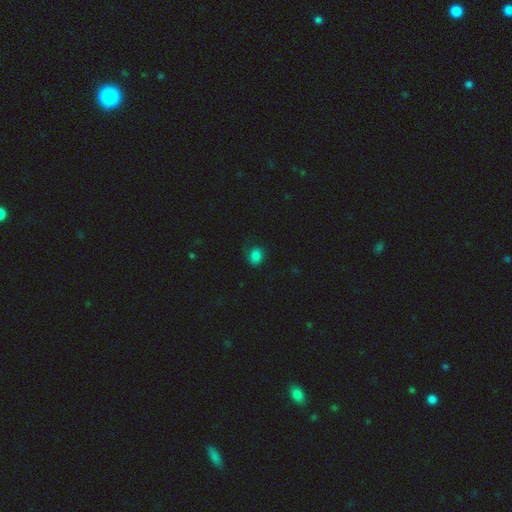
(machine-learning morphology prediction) A smooth galaxy with no disk features (82%) that is round (65%). Merging: none (72%).